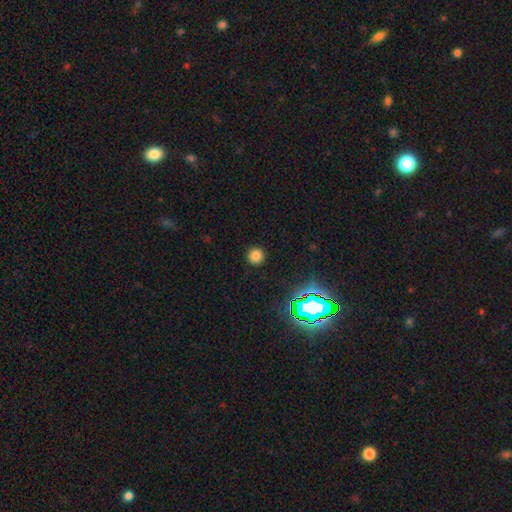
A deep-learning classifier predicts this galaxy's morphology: Smooth or featured? Predicted: smooth (p=0.79). How rounded? Predicted: round (p=0.95). Merging? Predicted: none (p=0.92).